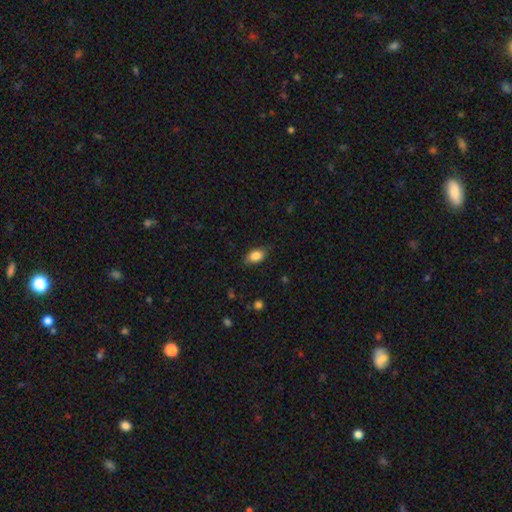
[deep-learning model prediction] Overall: smooth (86%). How rounded: in between (90%). Merging: none (83%).